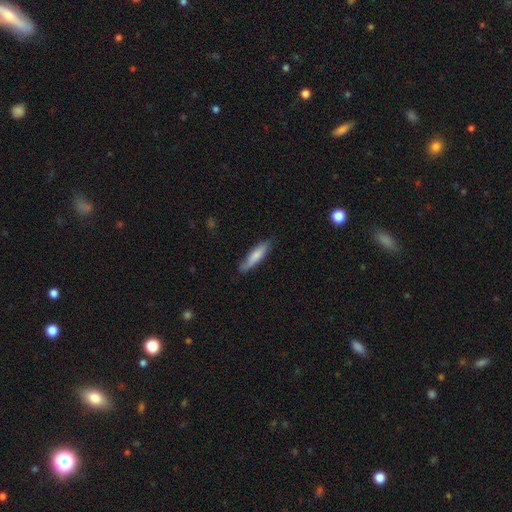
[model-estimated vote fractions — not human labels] smooth 77%, featured or disk 18%, star or artifact 5%. Down the decision tree: how rounded — cigar-shaped (74%); merging — none (76%).